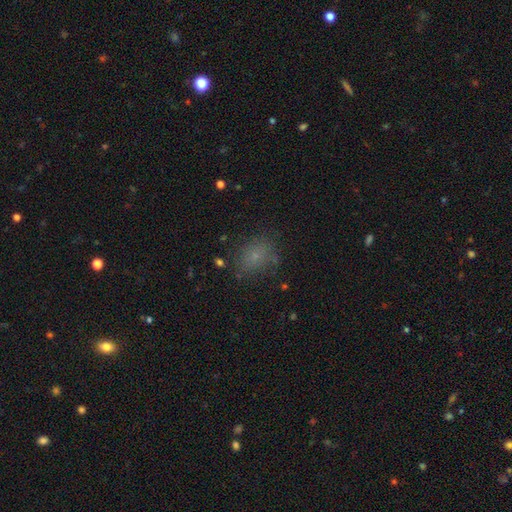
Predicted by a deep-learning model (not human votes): smooth-or-featured: smooth: 67% | star or artifact: 20% | featured or disk: 12%
  how-rounded: in between: 56% | round: 42% | cigar-shaped: 2%
  merging: none: 74% | minor disturbance: 16% | major disturbance: 7% | merger: 2%